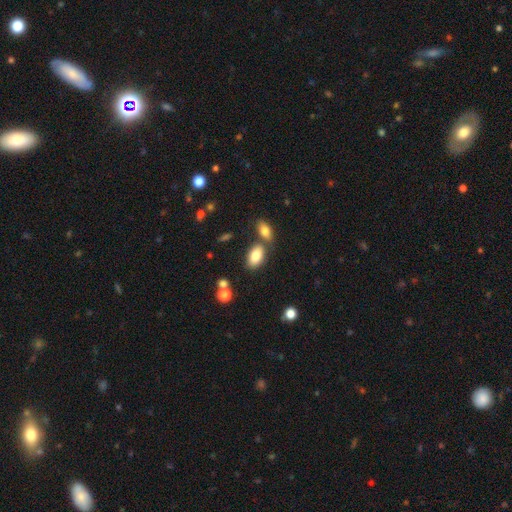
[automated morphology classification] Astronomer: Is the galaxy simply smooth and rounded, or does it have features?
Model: smooth — 82%.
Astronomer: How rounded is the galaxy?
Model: in between — 91%.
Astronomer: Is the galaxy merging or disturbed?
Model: none — 66%.